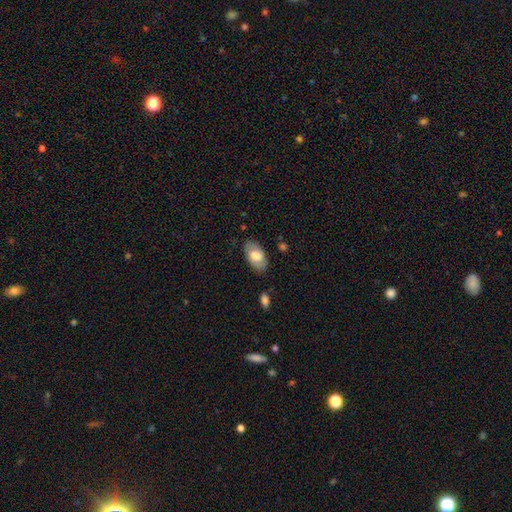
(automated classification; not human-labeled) Smooth or featured: smooth — 71% (featured or disk — 23%)
How rounded: in between — 94% (round — 4%)
Merging: none — 82% (minor disturbance — 14%)